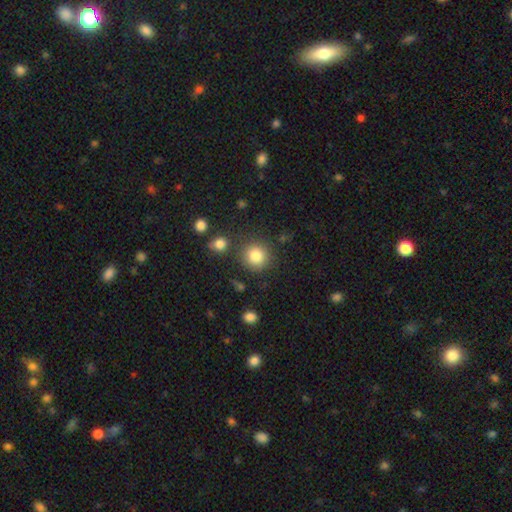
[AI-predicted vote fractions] smooth_or_featured: smooth (p=0.84) [alt: star or artifact p=0.11]
how_rounded: round (p=0.92) [alt: in between p=0.07]
merging: none (p=0.82) [alt: minor disturbance p=0.09]